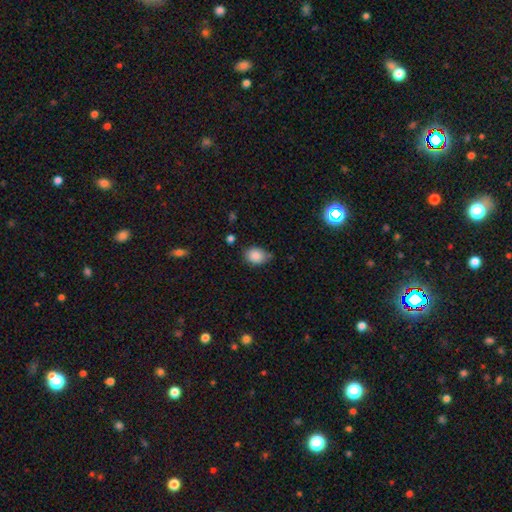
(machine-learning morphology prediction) This appears to be a smooth galaxy with no disk features (87%) that is in between round and cigar-shaped (60%). Merging: none (65%).